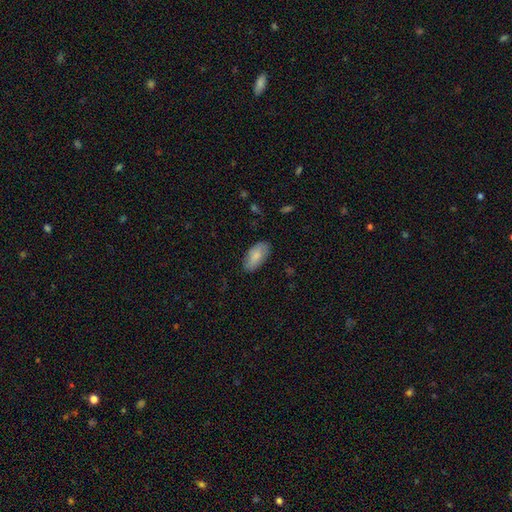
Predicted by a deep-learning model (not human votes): A smooth galaxy with no disk features (81%) that is in between round and cigar-shaped (93%). Merging: none (81%).